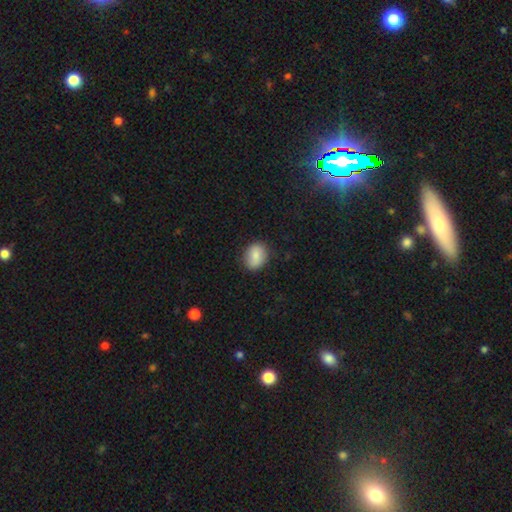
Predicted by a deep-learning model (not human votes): Smooth or featured: smooth — 82% (featured or disk — 10%)
How rounded: in between — 51% (round — 48%)
Merging: none — 83% (minor disturbance — 13%)